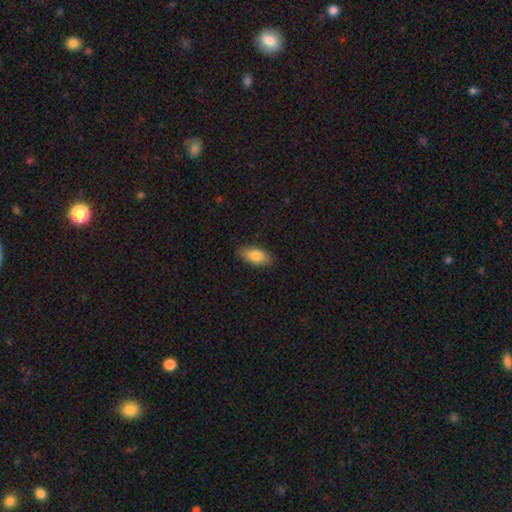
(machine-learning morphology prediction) Overall: smooth (82%). How rounded: in between (89%). Merging: none (85%).